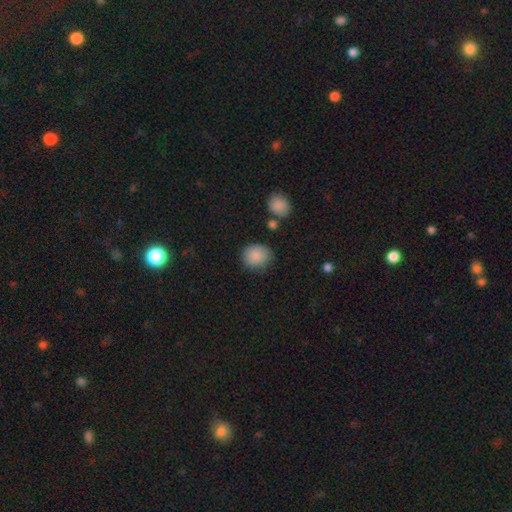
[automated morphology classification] smooth-or-featured: smooth: 87% | star or artifact: 7% | featured or disk: 5%
  how-rounded: round: 74% | in between: 25% | cigar-shaped: 1%
  merging: none: 78% | minor disturbance: 15% | major disturbance: 4% | merger: 3%